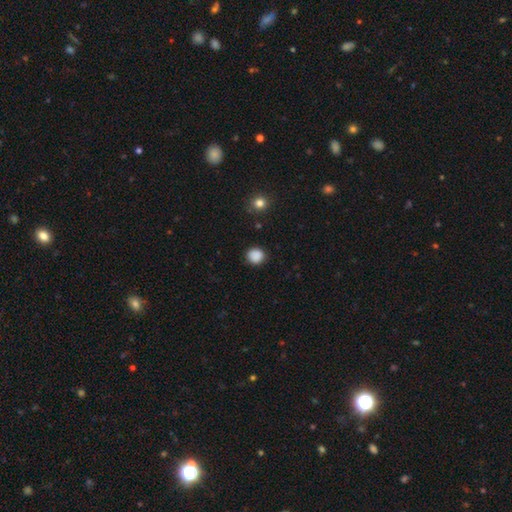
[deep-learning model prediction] Smooth or featured? Predicted: smooth (p=0.87). How rounded? Predicted: round (p=0.88). Merging? Predicted: none (p=0.87).